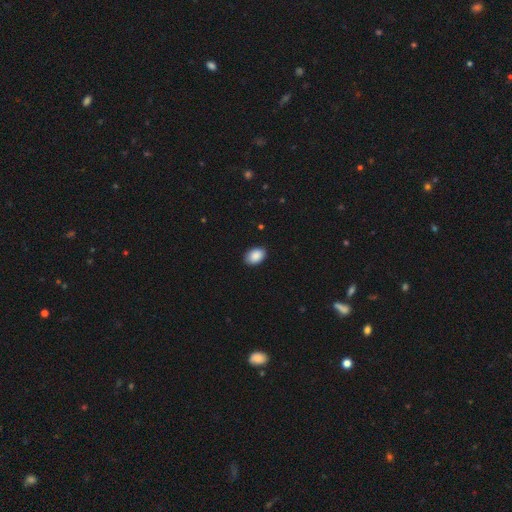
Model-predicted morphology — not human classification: type=smooth (90%); roundness=in between (84%); merging=none (87%).